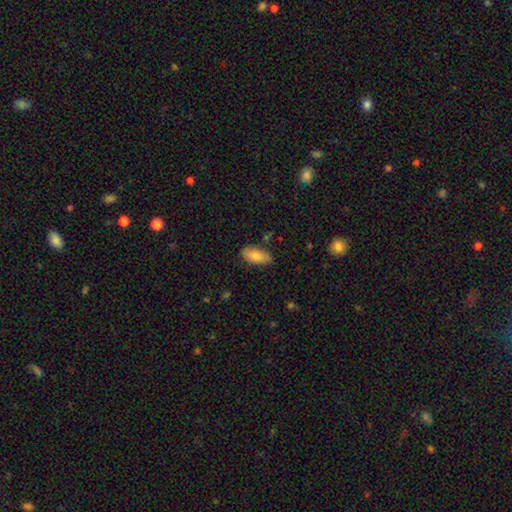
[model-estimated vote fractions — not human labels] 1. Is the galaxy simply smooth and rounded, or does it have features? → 81% smooth, 13% featured or disk, 6% star or artifact.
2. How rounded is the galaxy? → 88% in between, 9% cigar-shaped, 2% round.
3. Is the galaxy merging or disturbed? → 80% none, 15% minor disturbance, 3% major disturbance, 2% merger.